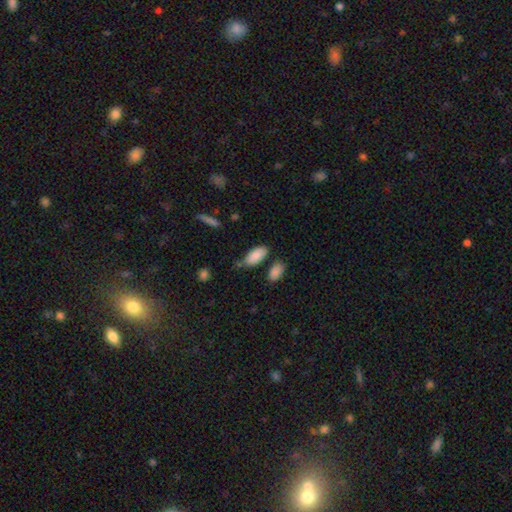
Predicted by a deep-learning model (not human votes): Smooth or featured?
  - smooth: 88% *
  - star or artifact: 6%
  - featured or disk: 6%
How rounded?
  - in between: 90% *
  - cigar-shaped: 8%
  - round: 2%
Merging?
  - none: 67% *
  - minor disturbance: 19%
  - merger: 9%
  - major disturbance: 5%